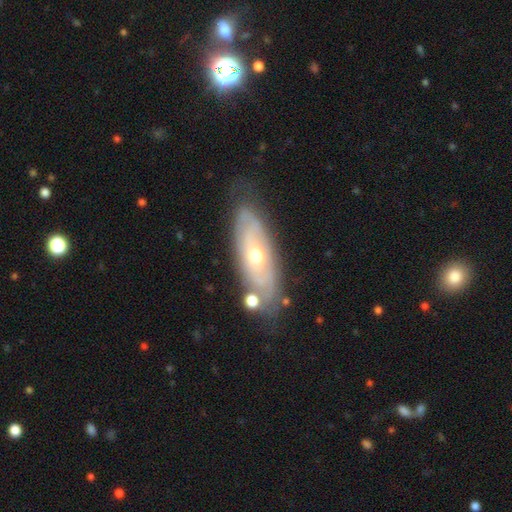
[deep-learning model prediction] smooth-or-featured: featured or disk: 72% | smooth: 21% | star or artifact: 6%
  disk-edge-on: no: 82% | yes: 18%
    bar: no: 80% | weak: 15% | strong: 5%
    has-spiral-arms: yes: 62% | no: 38%
    bulge-size: moderate: 61% | small: 35% | large: 3% | none: 1% | dominant: 1%
  merging: none: 73% | minor disturbance: 17% | major disturbance: 5% | merger: 5%